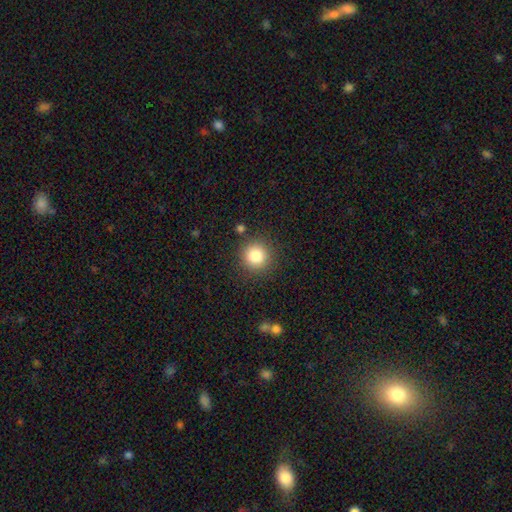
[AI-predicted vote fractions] A smooth galaxy with no disk features (83%) that is round (93%). Merging: none (86%).